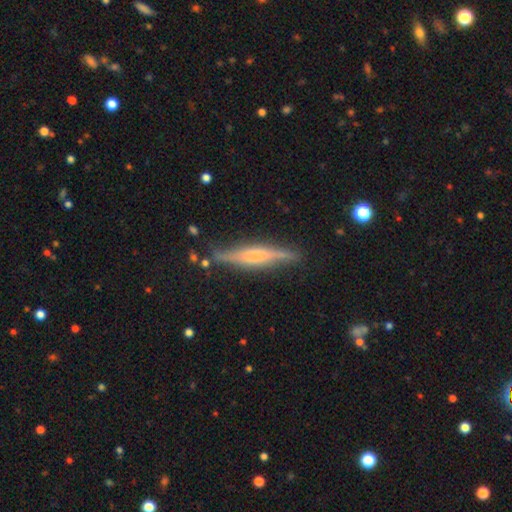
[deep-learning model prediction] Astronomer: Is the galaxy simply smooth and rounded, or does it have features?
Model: featured or disk — 68%.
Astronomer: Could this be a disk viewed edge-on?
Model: yes — 93%.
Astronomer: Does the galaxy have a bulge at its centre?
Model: rounded — 60%.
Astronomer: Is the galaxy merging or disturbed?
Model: none — 79%.